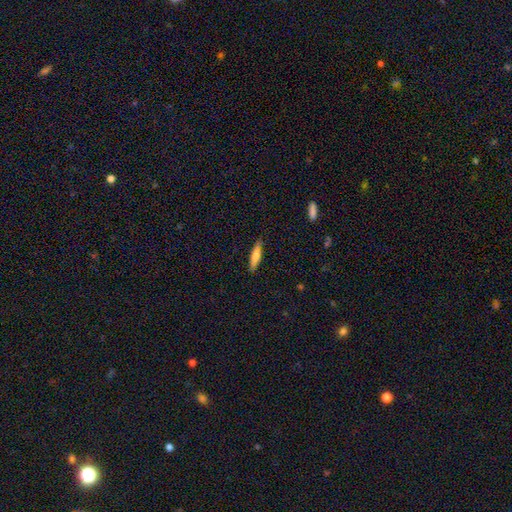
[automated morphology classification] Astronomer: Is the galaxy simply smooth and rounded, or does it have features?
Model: smooth — 67%.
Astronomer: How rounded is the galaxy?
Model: cigar-shaped — 84%.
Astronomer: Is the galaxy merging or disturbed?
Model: none — 85%.